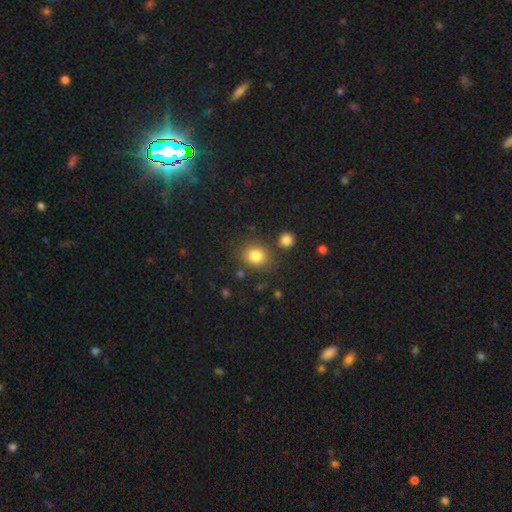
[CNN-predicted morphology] Smooth or featured: smooth — 82% (star or artifact — 12%)
How rounded: round — 71% (in between — 28%)
Merging: none — 78% (minor disturbance — 11%)